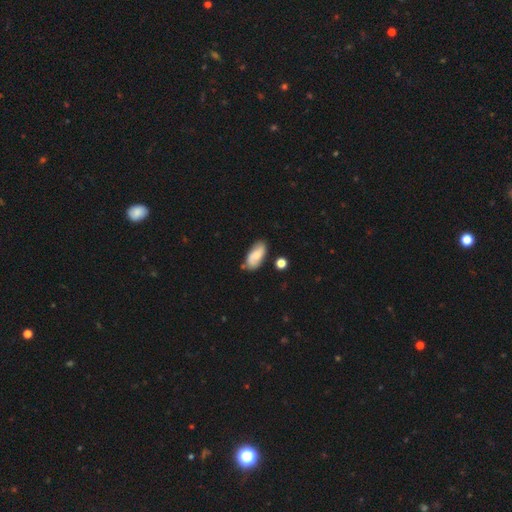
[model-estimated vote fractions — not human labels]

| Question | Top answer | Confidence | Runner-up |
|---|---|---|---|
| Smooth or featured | smooth | 57% | featured or disk (36%) |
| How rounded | in between | 87% | cigar-shaped (10%) |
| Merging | none | 74% | minor disturbance (17%) |